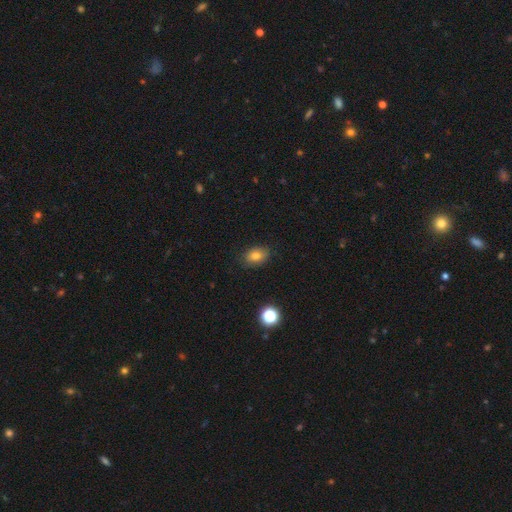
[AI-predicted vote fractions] smooth-or-featured: smooth: 80% | star or artifact: 11% | featured or disk: 9%
  how-rounded: in between: 75% | round: 23% | cigar-shaped: 1%
  merging: none: 83% | minor disturbance: 13% | major disturbance: 3% | merger: 1%